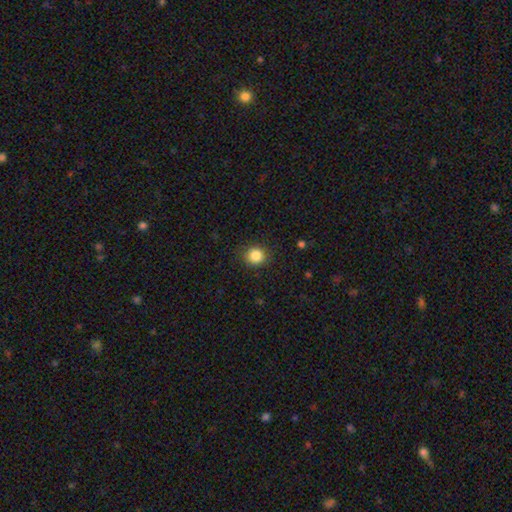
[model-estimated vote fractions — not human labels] smooth_or_featured: smooth (p=0.85) [alt: star or artifact p=0.11]
how_rounded: round (p=0.87) [alt: in between p=0.12]
merging: none (p=0.88) [alt: minor disturbance p=0.08]